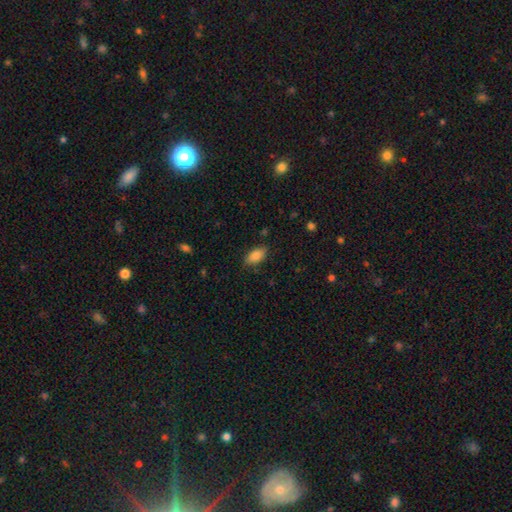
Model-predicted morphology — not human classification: Smooth or featured: smooth — 86% (star or artifact — 7%)
How rounded: in between — 92% (cigar-shaped — 5%)
Merging: none — 83% (minor disturbance — 13%)